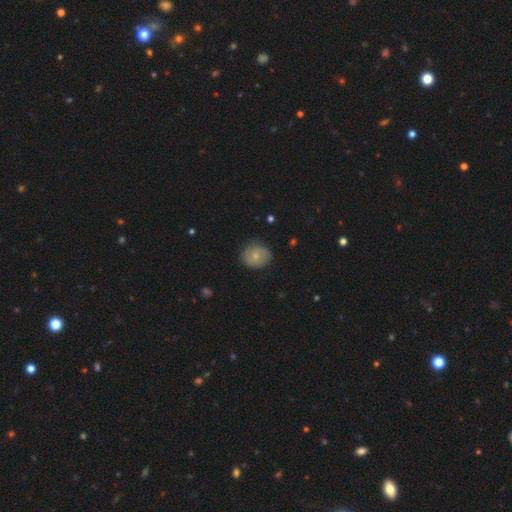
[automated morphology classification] The model was most divided on "smooth or featured": smooth: 52%, featured or disk: 41%, star or artifact: 8%. More confident: merging — none (79%); how rounded — round (75%).